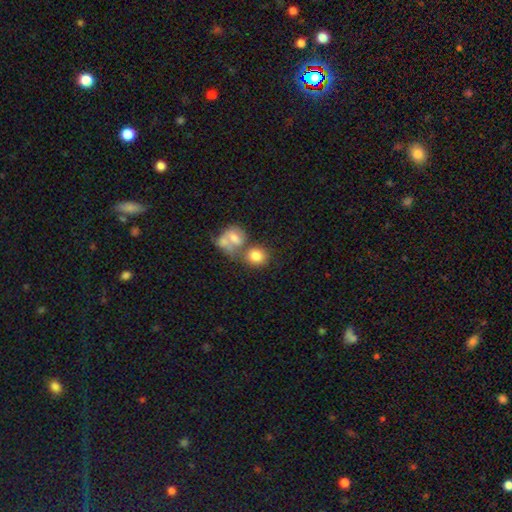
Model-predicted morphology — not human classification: This is likely a smooth galaxy (78%). How rounded: likely round (73%). Merging: possibly merger (50%).